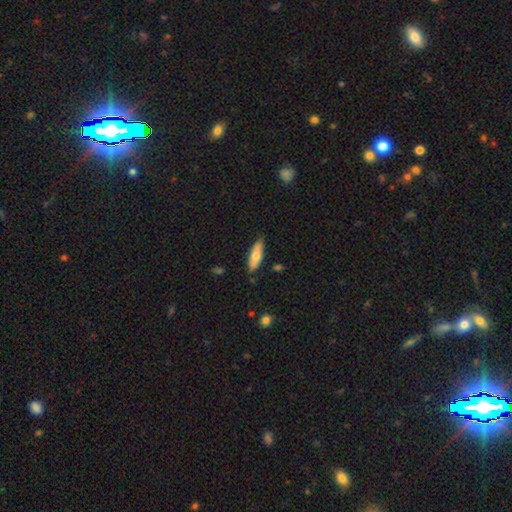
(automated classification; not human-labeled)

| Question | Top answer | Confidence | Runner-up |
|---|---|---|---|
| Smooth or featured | smooth | 69% | featured or disk (26%) |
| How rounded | in between | 54% | cigar-shaped (44%) |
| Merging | none | 79% | minor disturbance (17%) |